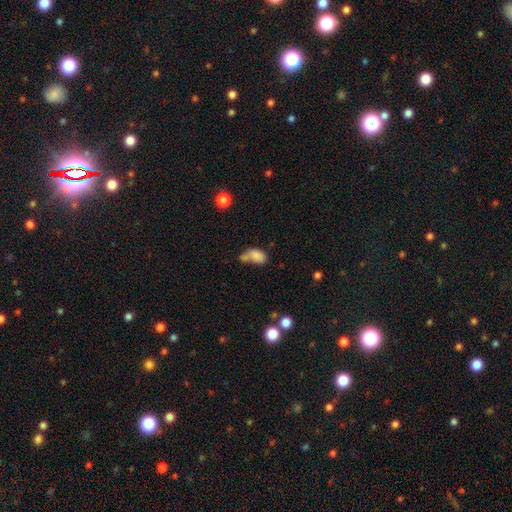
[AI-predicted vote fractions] Smooth or featured?
  - smooth: 80% *
  - featured or disk: 10%
  - star or artifact: 10%
How rounded?
  - in between: 86% *
  - round: 12%
  - cigar-shaped: 2%
Merging?
  - merger: 43% *
  - none: 26%
  - minor disturbance: 18%
  - major disturbance: 12%